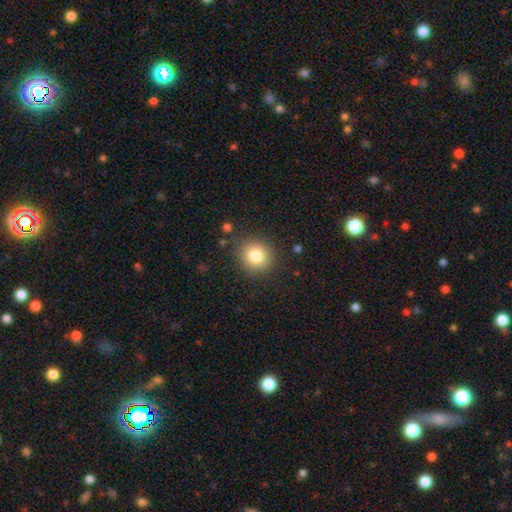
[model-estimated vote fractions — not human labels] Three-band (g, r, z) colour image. It shows a smooth galaxy with no disk features (81%) that is round (89%). Merging: none (86%).